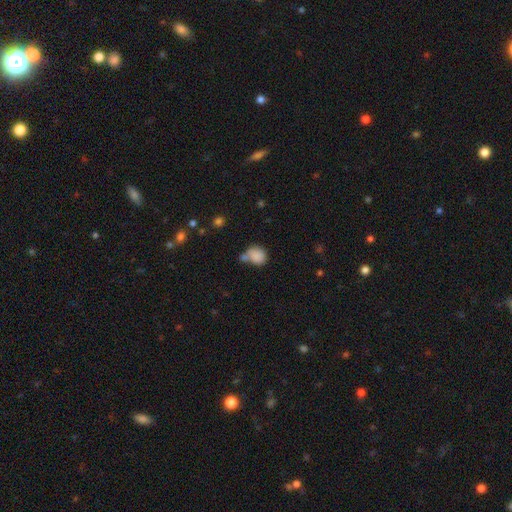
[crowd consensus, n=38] A smooth galaxy with no disk features (92%) that is in between round and cigar-shaped (60%). Merging: none (55%).